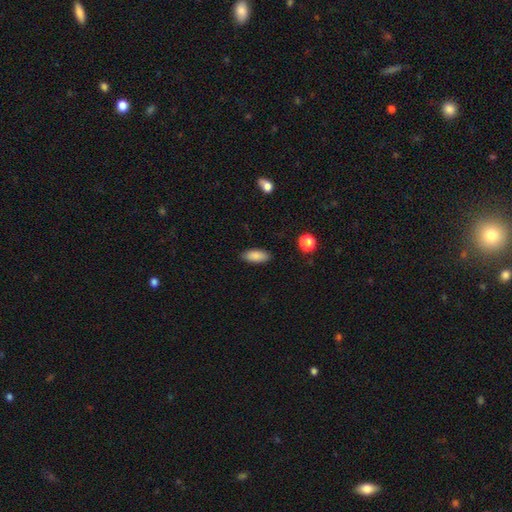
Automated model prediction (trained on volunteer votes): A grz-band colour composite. It shows a smooth galaxy with no disk features (87%) that is in between round and cigar-shaped (85%). Merging: none (87%).